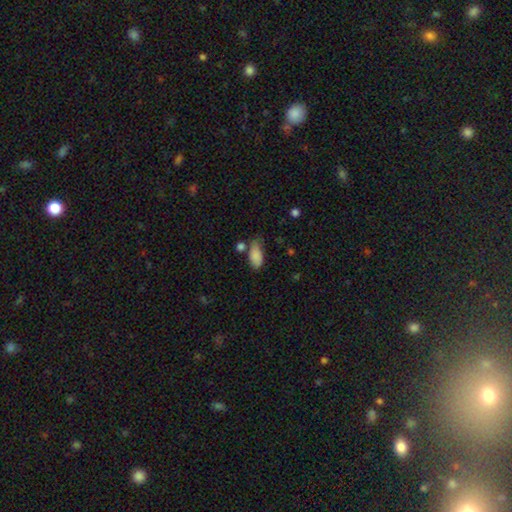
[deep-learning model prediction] Smooth or featured?
  - smooth: 86% *
  - star or artifact: 8%
  - featured or disk: 6%
How rounded?
  - in between: 91% *
  - cigar-shaped: 6%
  - round: 3%
Merging?
  - none: 48% *
  - minor disturbance: 30%
  - merger: 12%
  - major disturbance: 10%